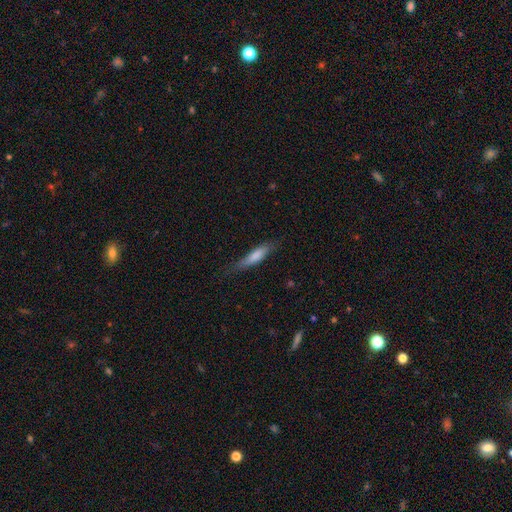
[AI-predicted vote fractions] smooth-or-featured: smooth: 75% | featured or disk: 19% | star or artifact: 6%
  how-rounded: cigar-shaped: 72% | in between: 27% | round: 2%
  merging: none: 71% | minor disturbance: 22% | major disturbance: 6% | merger: 1%